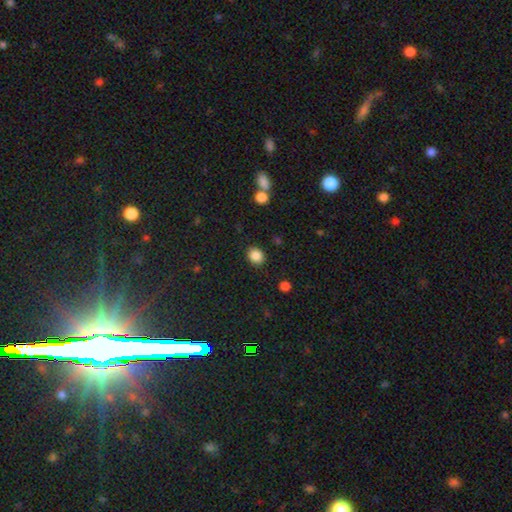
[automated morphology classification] Smooth or featured? smooth (86%)
How rounded? round (64%)
Merging? none (87%)